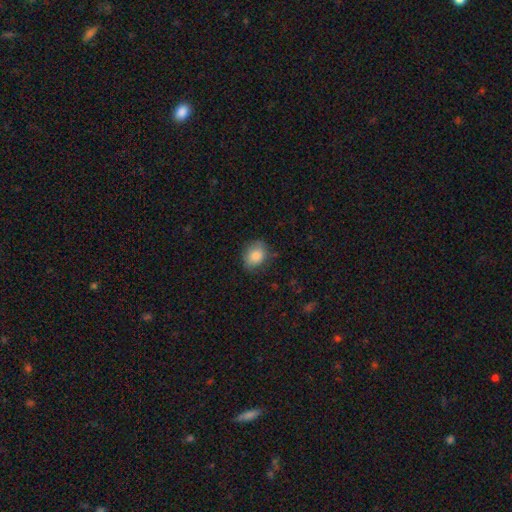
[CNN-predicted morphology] Q: Smooth or featured?
A: smooth (85%); runner-up: star or artifact (8%)
Q: How rounded?
A: in between (65%); runner-up: round (34%)
Q: Merging?
A: none (75%); runner-up: minor disturbance (19%)